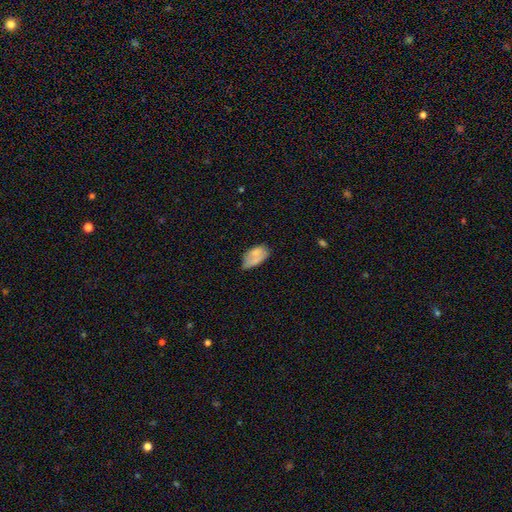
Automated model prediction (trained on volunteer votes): smooth-or-featured: smooth: 71% | featured or disk: 21% | star or artifact: 8%
  how-rounded: in between: 93% | round: 4% | cigar-shaped: 3%
  merging: none: 45% | minor disturbance: 35% | major disturbance: 13% | merger: 6%